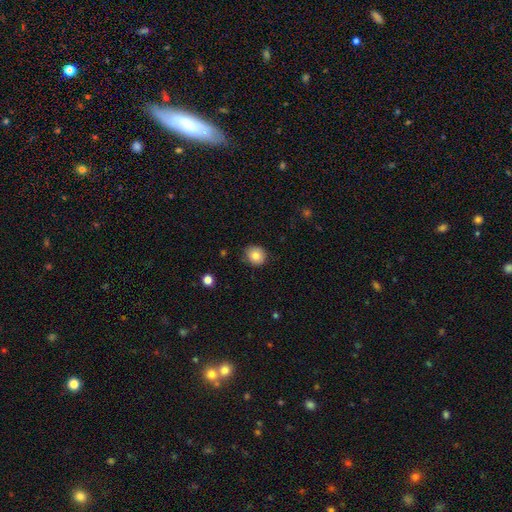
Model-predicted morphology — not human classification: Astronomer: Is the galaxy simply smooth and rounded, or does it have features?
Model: smooth — 85%.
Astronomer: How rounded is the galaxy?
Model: round — 82%.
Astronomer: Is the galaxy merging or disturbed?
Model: none — 85%.